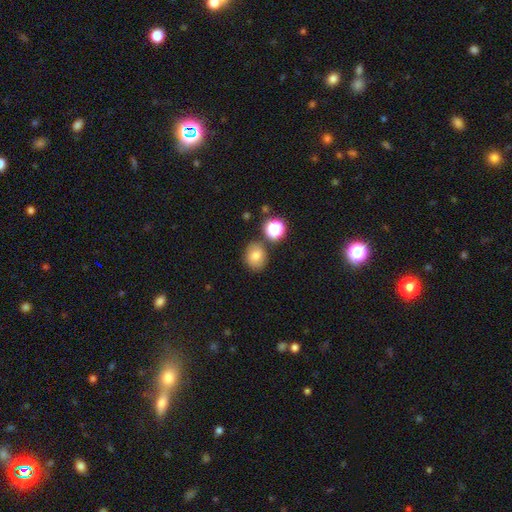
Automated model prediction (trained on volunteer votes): smooth_or_featured: smooth (p=0.75) [alt: star or artifact p=0.15]
how_rounded: round (p=0.61) [alt: in between p=0.38]
merging: none (p=0.77) [alt: minor disturbance p=0.11]